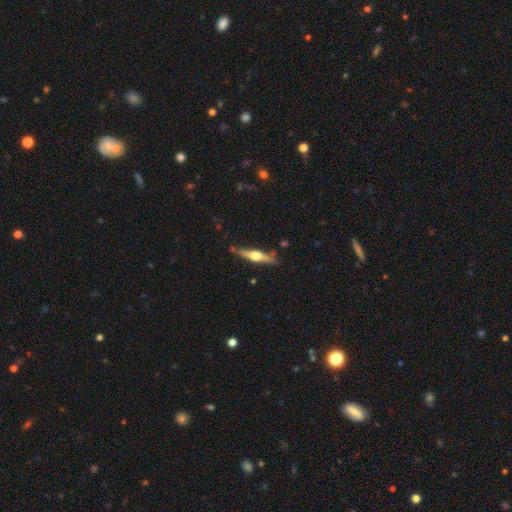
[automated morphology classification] This is likely a featured or disk galaxy (67%). It is clearly viewed edge-on (96%). Edge-on bulge: clearly rounded (94%). Merging: clearly none (81%).